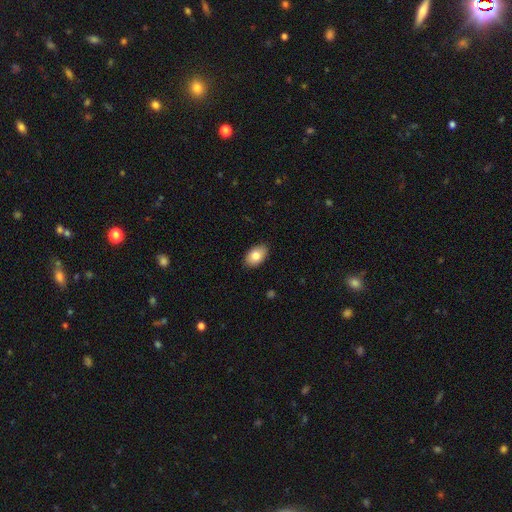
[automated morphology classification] smooth 82%, featured or disk 11%, star or artifact 7%. Down the decision tree: how rounded — in between (90%); merging — none (87%).